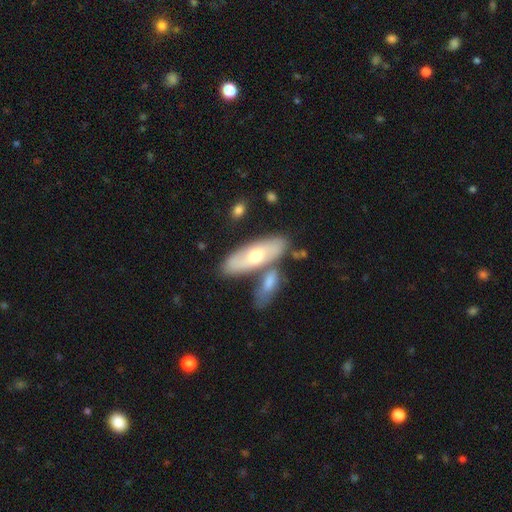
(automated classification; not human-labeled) Q: Smooth or featured?
A: smooth (49%); runner-up: featured or disk (46%)
Q: Merging?
A: none (58%); runner-up: merger (28%)